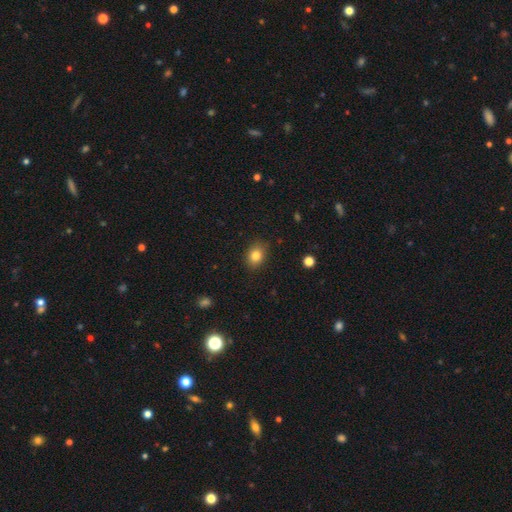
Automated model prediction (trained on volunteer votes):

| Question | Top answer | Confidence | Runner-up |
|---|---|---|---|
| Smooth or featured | smooth | 82% | star or artifact (11%) |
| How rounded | in between | 54% | round (45%) |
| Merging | none | 85% | minor disturbance (11%) |